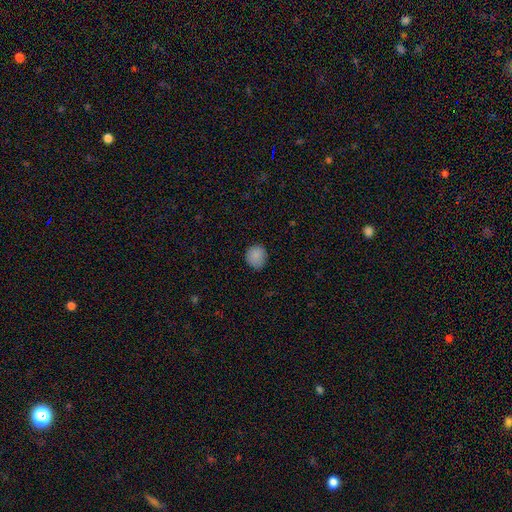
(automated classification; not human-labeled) Smooth or featured: smooth — 87% (star or artifact — 9%)
How rounded: round — 81% (in between — 18%)
Merging: none — 81% (minor disturbance — 16%)